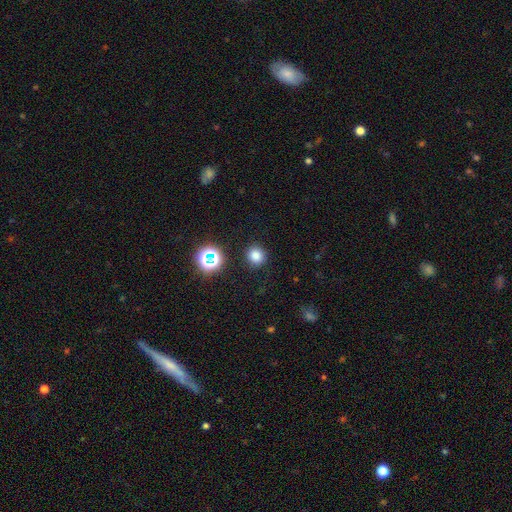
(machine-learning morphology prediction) This is likely a smooth galaxy (77%). How rounded: clearly round (87%). Merging: clearly none (89%).